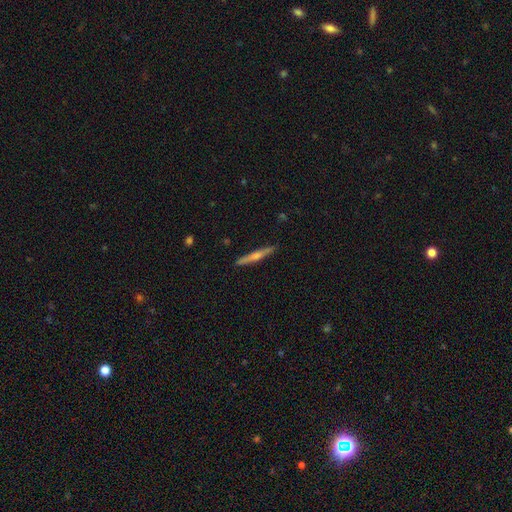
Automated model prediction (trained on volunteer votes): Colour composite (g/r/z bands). It shows a featured or disk galaxy (57%) viewed edge-on (97%) with a rounded central bulge (75%). Merging: none (91%).